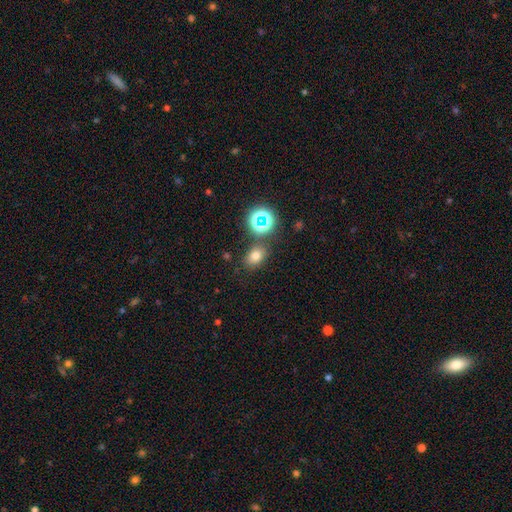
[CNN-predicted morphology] This is likely a smooth galaxy (70%). How rounded: likely in between (64%). Merging: likely none (76%).